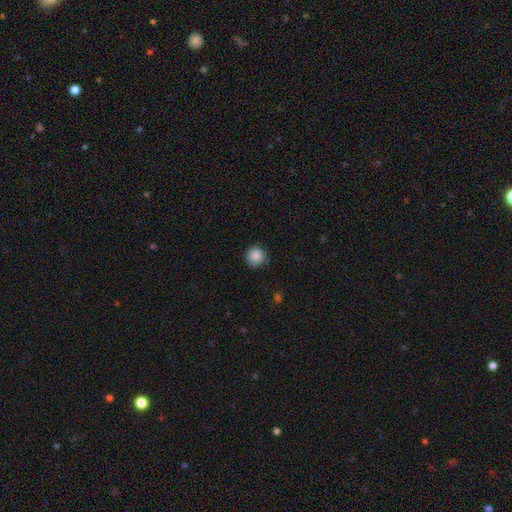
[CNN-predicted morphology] Smooth or featured?
  - smooth: 87% *
  - star or artifact: 9%
  - featured or disk: 4%
How rounded?
  - round: 94% *
  - in between: 5%
  - cigar-shaped: 1%
Merging?
  - none: 85% *
  - minor disturbance: 12%
  - major disturbance: 2%
  - merger: 1%